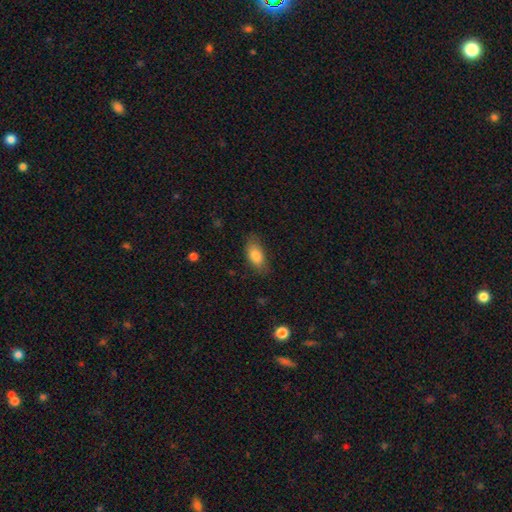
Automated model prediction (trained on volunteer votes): A smooth galaxy with no disk features (82%) that is in between round and cigar-shaped (89%). Merging: none (76%).